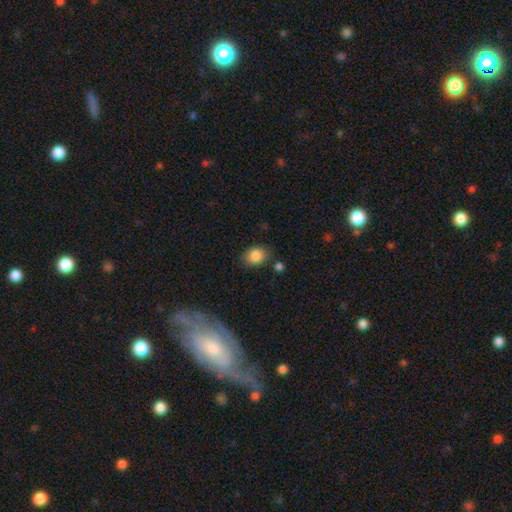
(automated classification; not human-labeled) Overall: smooth (86%). How rounded: in between (68%; round 31%). Merging: none (78%).